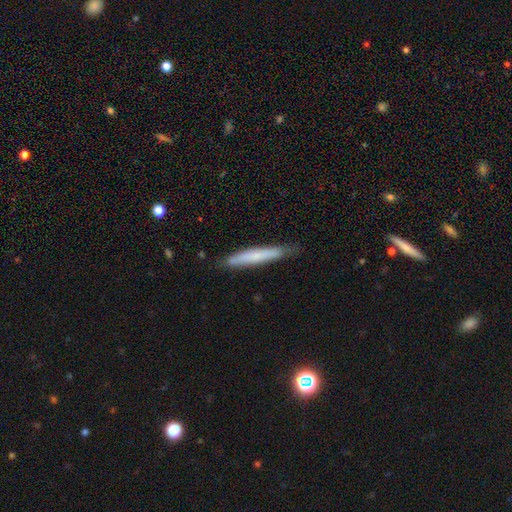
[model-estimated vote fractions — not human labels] This appears to be a smooth galaxy with no disk features (65%) that is cigar-shaped (94%). Merging: none (82%).